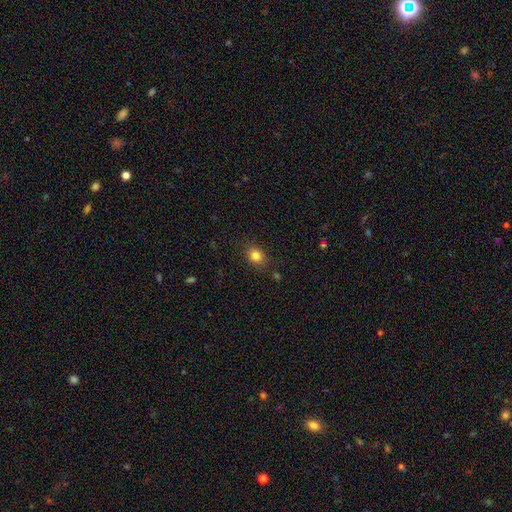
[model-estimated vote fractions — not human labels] The model was most divided on "how rounded": round: 52%, in between: 47%, cigar-shaped: 1%. More confident: merging — none (84%); smooth or featured — smooth (82%).